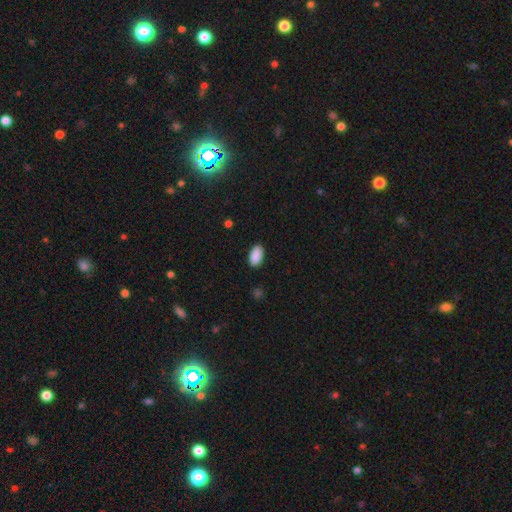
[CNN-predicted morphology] Q: Smooth or featured?
A: smooth (91%); runner-up: star or artifact (7%)
Q: How rounded?
A: in between (94%); runner-up: round (3%)
Q: Merging?
A: none (88%); runner-up: minor disturbance (9%)